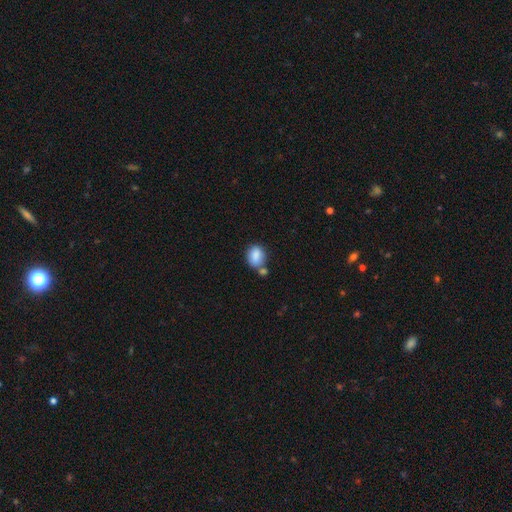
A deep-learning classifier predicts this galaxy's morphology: A smooth galaxy with no disk features (86%) that is in between round and cigar-shaped (62%).

Vote fractions:
- Smooth or featured? smooth: 86% / star or artifact: 8% / featured or disk: 6%
- How rounded? in between: 62% / round: 36% / cigar-shaped: 1%
- Merging? none: 50% / merger: 30% / minor disturbance: 16% / major disturbance: 4%